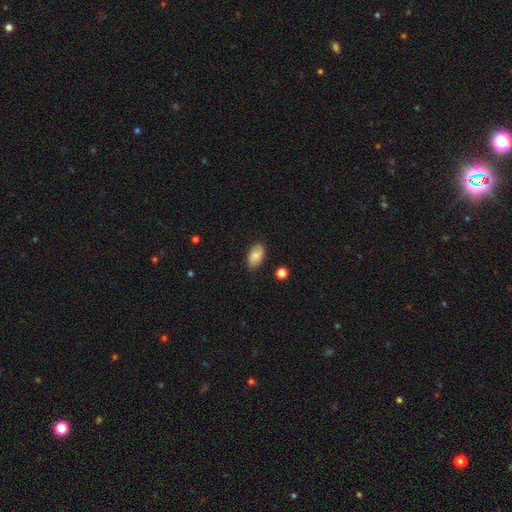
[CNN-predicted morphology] Smooth or featured: smooth — 82% (featured or disk — 11%)
How rounded: in between — 94% (round — 4%)
Merging: none — 86% (minor disturbance — 11%)